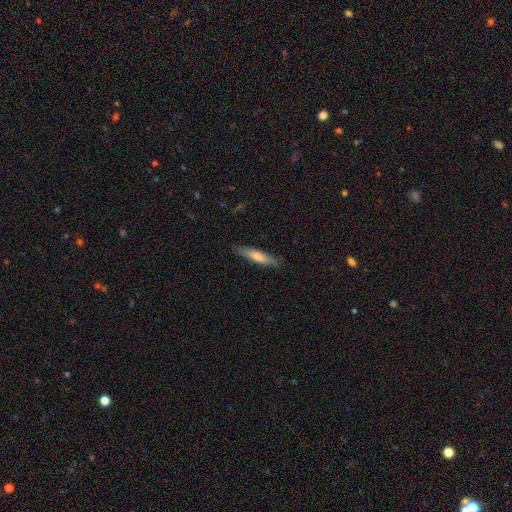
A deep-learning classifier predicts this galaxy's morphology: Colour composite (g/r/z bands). It shows a smooth galaxy with no disk features (62%) that is cigar-shaped (85%). Merging: none (86%).